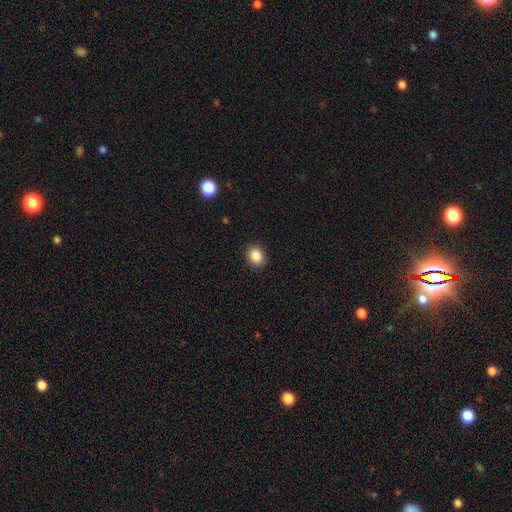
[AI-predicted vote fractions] Smooth or featured?
  - smooth: 88% *
  - star or artifact: 9%
  - featured or disk: 3%
How rounded?
  - round: 56% *
  - in between: 43%
  - cigar-shaped: 1%
Merging?
  - none: 89% *
  - minor disturbance: 8%
  - major disturbance: 2%
  - merger: 1%